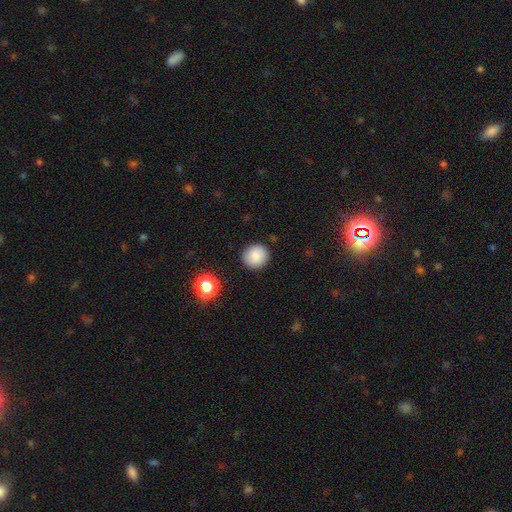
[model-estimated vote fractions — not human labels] The model was most divided on "smooth or featured": smooth: 86%, star or artifact: 10%, featured or disk: 4%. More confident: merging — none (90%); how rounded — round (88%).